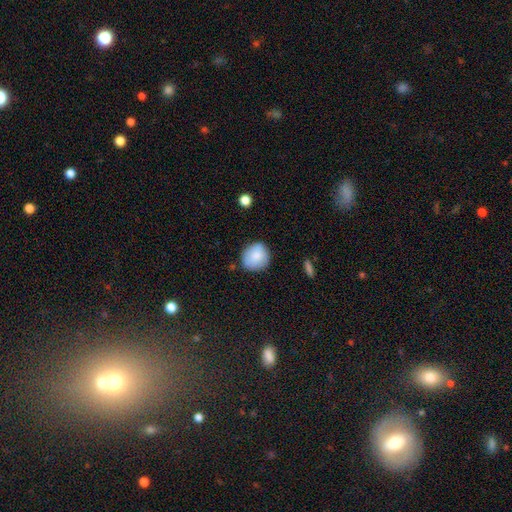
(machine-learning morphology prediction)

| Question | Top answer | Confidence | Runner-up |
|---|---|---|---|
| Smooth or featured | smooth | 85% | featured or disk (8%) |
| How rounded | round | 85% | in between (14%) |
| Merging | none | 84% | minor disturbance (12%) |